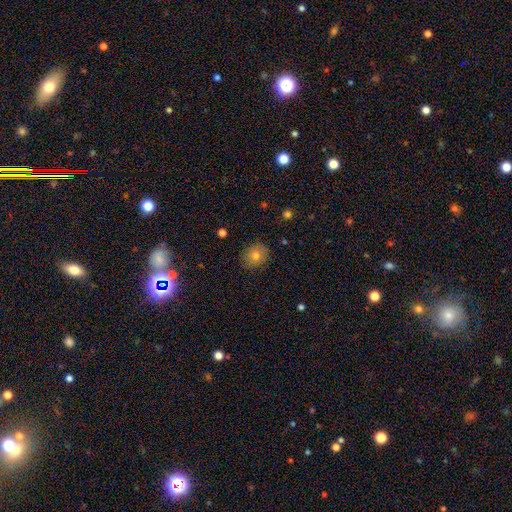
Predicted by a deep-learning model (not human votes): smooth-or-featured: smooth: 73% | featured or disk: 14% | star or artifact: 13%
  how-rounded: round: 72% | in between: 27% | cigar-shaped: 1%
  merging: none: 86% | minor disturbance: 10% | major disturbance: 2% | merger: 1%